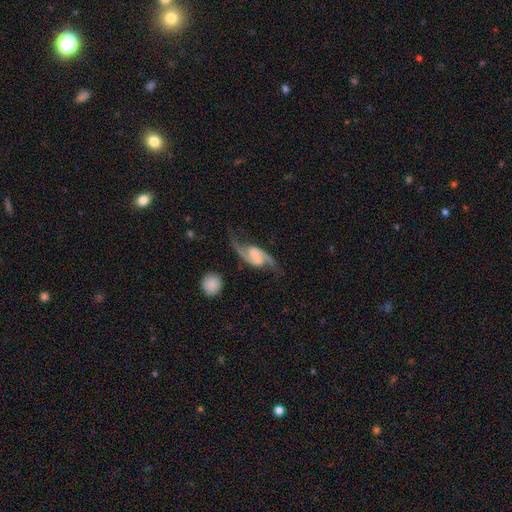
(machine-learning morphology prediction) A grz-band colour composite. It shows a featured or disk galaxy (89%) with a weak bar (40%), 2 (94%) loose (71%) spiral arms (97%) and no central bulge (55%). Merging: none (73%).